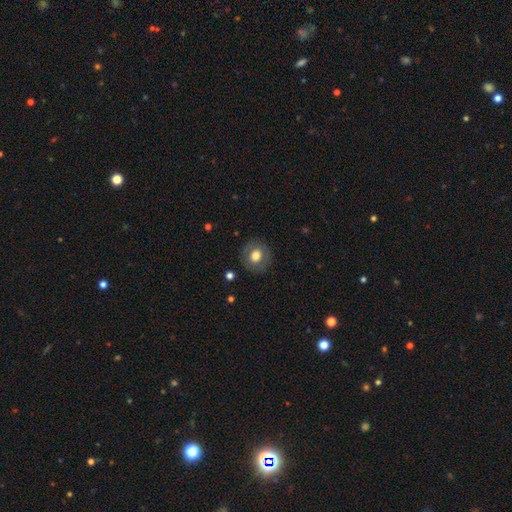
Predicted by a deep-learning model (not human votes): Smooth or featured: smooth — 66% (featured or disk — 26%)
How rounded: round — 79% (in between — 20%)
Merging: none — 85% (minor disturbance — 10%)